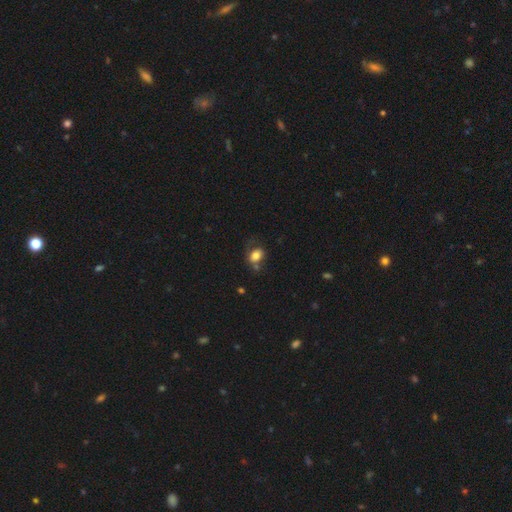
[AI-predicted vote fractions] smooth 78%, featured or disk 12%, star or artifact 10%. Down the decision tree: how rounded — in between (64%); merging — none (49%).